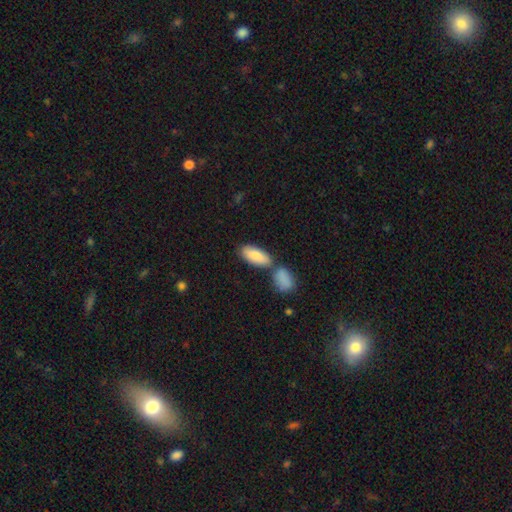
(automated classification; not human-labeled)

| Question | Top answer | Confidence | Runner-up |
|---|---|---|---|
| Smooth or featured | smooth | 83% | featured or disk (11%) |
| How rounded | in between | 84% | cigar-shaped (14%) |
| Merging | none | 52% | merger (33%) |